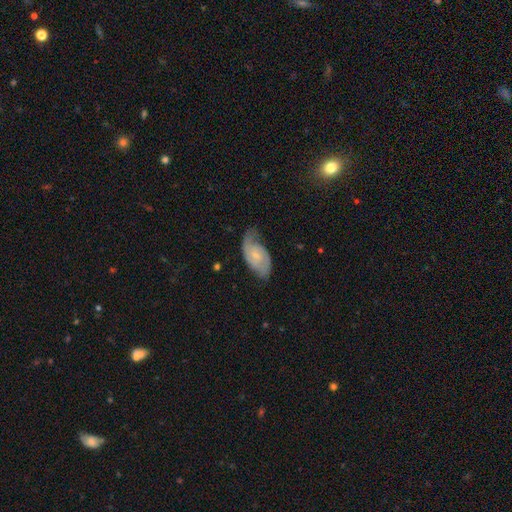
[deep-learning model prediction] smooth-or-featured: featured or disk: 77% | smooth: 18% | star or artifact: 6%
  disk-edge-on: no: 96% | yes: 4%
    bar: no: 56% | weak: 38% | strong: 6%
    has-spiral-arms: yes: 94% | no: 6%
      spiral-winding: medium: 46% | tight: 37% | loose: 17%
      spiral-arm-count: 2: 81% | can't tell: 9% | 1: 5% | 3: 3% | 4: 1% | more than 4: 1%
    bulge-size: small: 60% | moderate: 27% | none: 11% | large: 2% | dominant: 1%
  merging: none: 63% | minor disturbance: 26% | major disturbance: 10% | merger: 2%